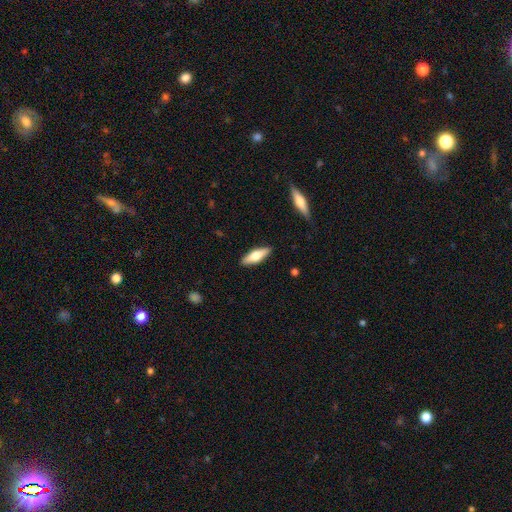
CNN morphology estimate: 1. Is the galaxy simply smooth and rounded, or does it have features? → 55% smooth, 39% featured or disk, 6% star or artifact.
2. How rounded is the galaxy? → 50% in between, 48% cigar-shaped, 2% round.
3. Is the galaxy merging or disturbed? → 89% none, 8% minor disturbance, 2% major disturbance, 1% merger.